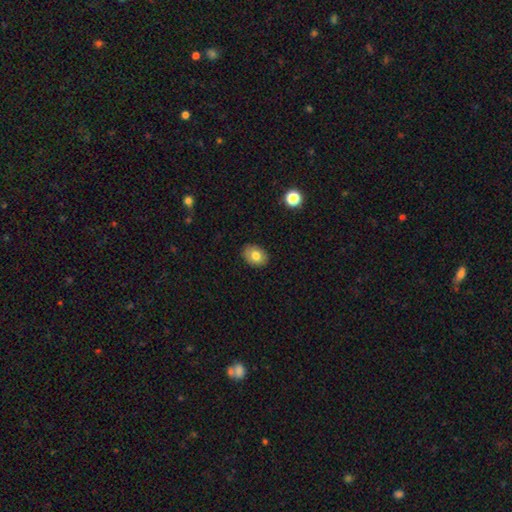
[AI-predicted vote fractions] A smooth galaxy with no disk features (79%) that is in between round and cigar-shaped (70%). Merging: none (88%).